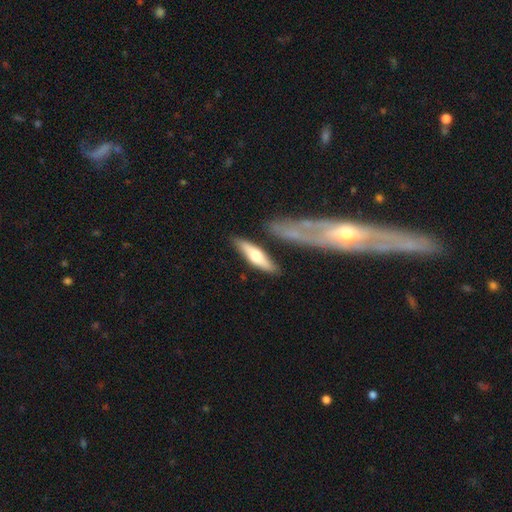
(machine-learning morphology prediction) Smooth or featured? smooth (51%)
How rounded? cigar-shaped (65%)
Merging? none (80%)